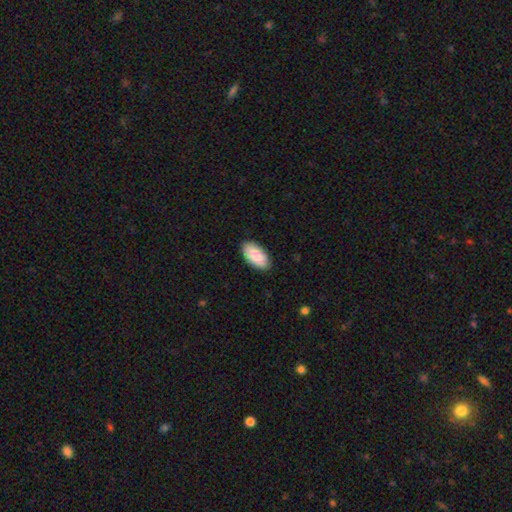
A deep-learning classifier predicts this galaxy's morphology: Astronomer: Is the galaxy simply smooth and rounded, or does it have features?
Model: smooth — 89%.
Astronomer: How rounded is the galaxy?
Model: in between — 95%.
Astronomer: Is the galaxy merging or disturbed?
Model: none — 88%.